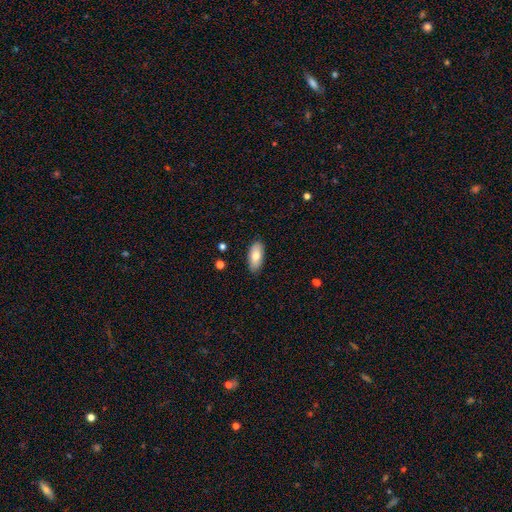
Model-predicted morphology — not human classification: smooth_or_featured: smooth (p=0.77) [alt: featured or disk p=0.16]
how_rounded: in between (p=0.89) [alt: cigar-shaped p=0.09]
merging: none (p=0.87) [alt: minor disturbance p=0.10]